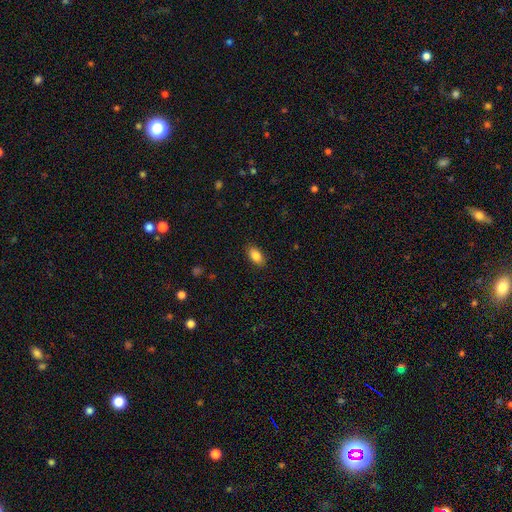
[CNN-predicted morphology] smooth-or-featured: smooth: 85% | star or artifact: 8% | featured or disk: 7%
  how-rounded: in between: 90% | round: 6% | cigar-shaped: 4%
  merging: none: 88% | minor disturbance: 9% | major disturbance: 2% | merger: 1%